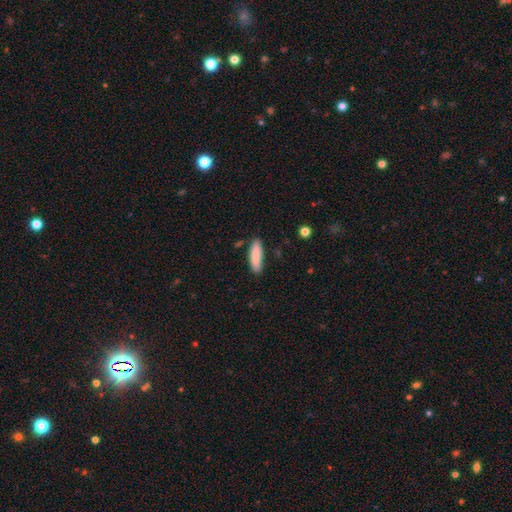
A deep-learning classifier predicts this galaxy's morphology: Smooth or featured? smooth (86%)
How rounded? cigar-shaped (56%)
Merging? none (83%)